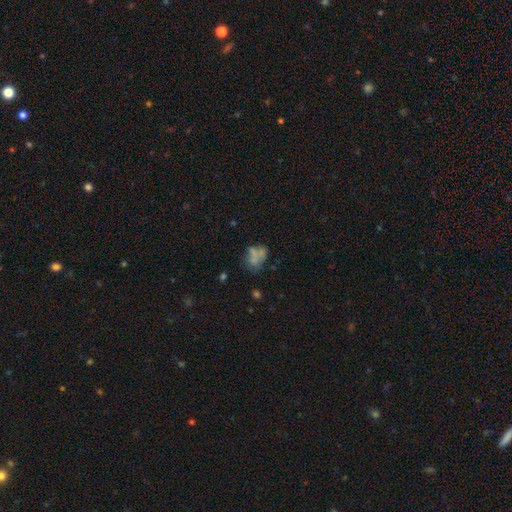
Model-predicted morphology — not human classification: Q: Smooth or featured?
A: smooth (56%); runner-up: featured or disk (30%)
Q: How rounded?
A: in between (74%); runner-up: round (24%)
Q: Merging?
A: none (37%); runner-up: merger (22%)